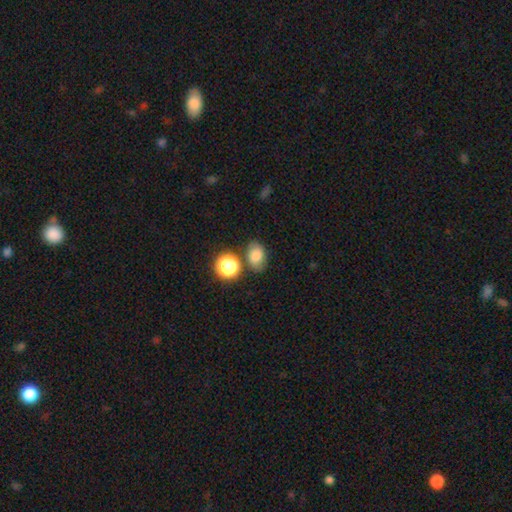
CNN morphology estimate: Overall: smooth (77%). How rounded: in between (72%). Merging: none (70%).